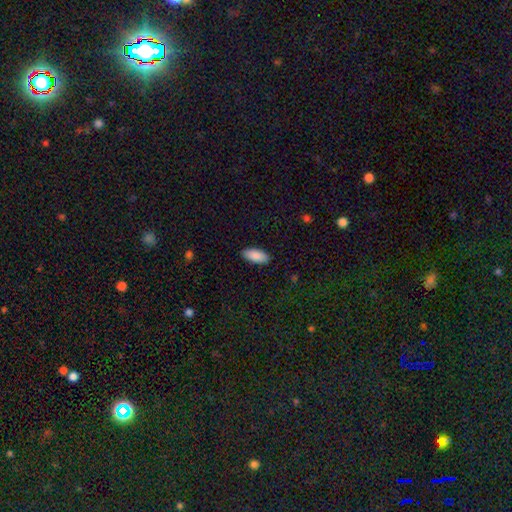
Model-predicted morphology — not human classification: The model was most divided on "how rounded": in between: 88%, cigar-shaped: 10%, round: 2%. More confident: smooth or featured — smooth (90%); merging — none (89%).